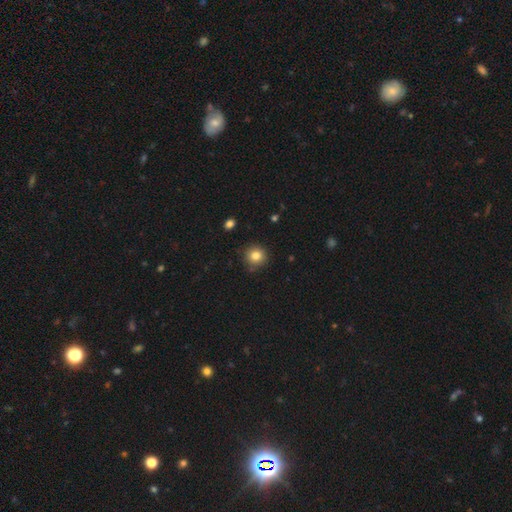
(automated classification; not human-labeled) Morphology: type=smooth (83%); roundness=round (92%); merging=none (87%).